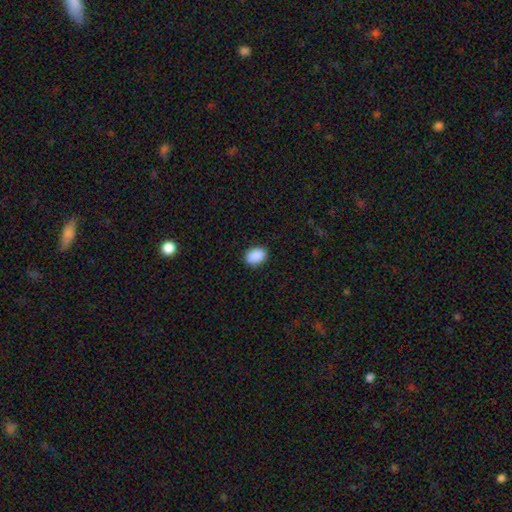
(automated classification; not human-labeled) Smooth or featured?
  - smooth: 90% *
  - star or artifact: 7%
  - featured or disk: 2%
How rounded?
  - in between: 84% *
  - round: 15%
  - cigar-shaped: 1%
Merging?
  - none: 89% *
  - minor disturbance: 8%
  - major disturbance: 2%
  - merger: 1%